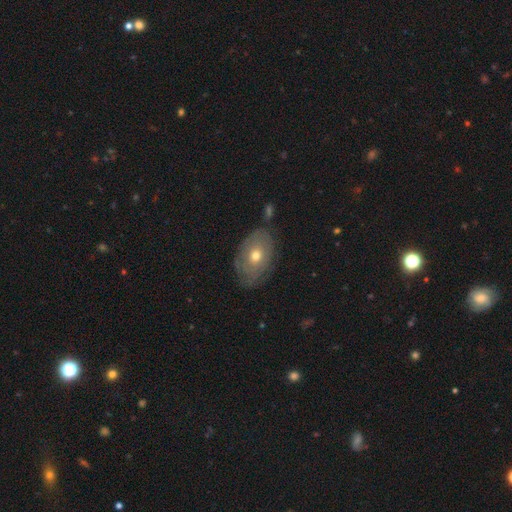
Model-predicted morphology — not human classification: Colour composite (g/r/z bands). It shows a featured or disk galaxy (49%). Merging: none (71%).